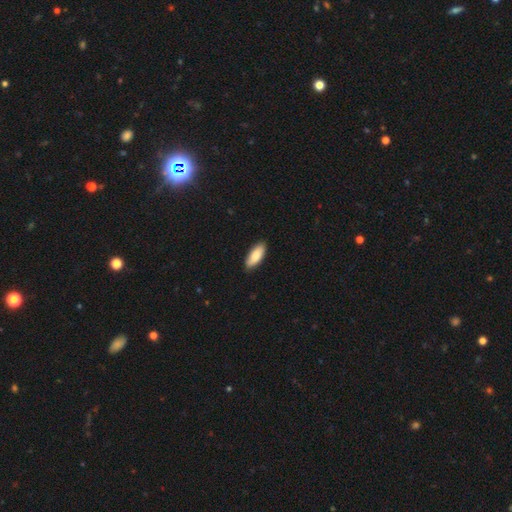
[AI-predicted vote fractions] This is clearly a smooth galaxy (85%). How rounded: likely in between (78%). Merging: clearly none (87%).